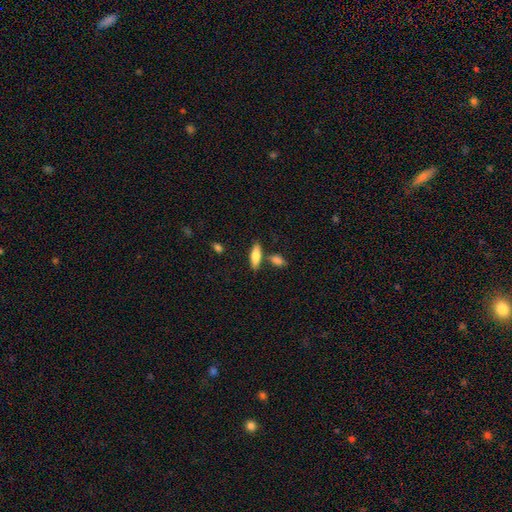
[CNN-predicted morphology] Smooth or featured? smooth (76%)
How rounded? in between (54%)
Merging? none (73%)